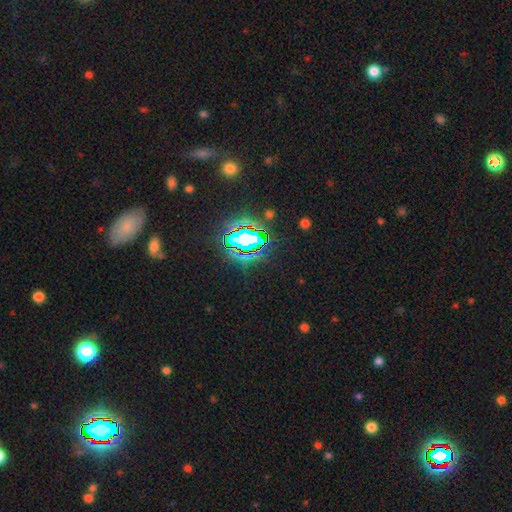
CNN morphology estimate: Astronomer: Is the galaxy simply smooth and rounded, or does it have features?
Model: star or artifact — 80%.